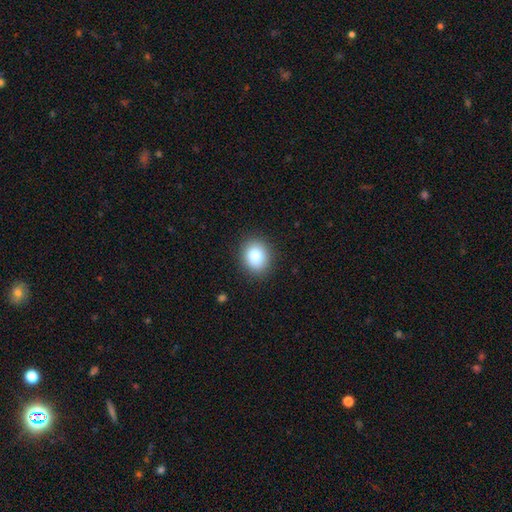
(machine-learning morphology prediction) Overall: smooth (83%). How rounded: round (61%; in between 38%). Merging: none (89%).